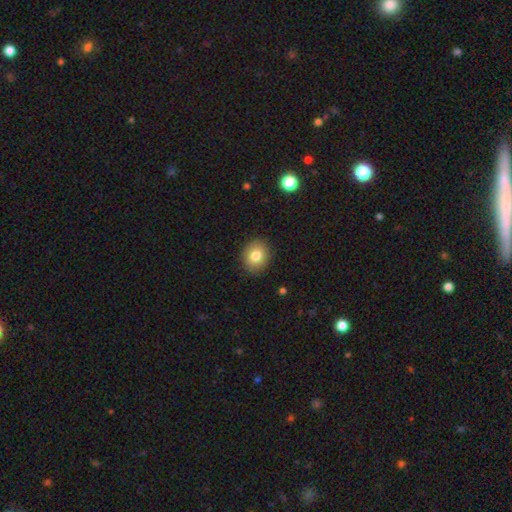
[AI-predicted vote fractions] Smooth or featured? smooth (80%)
How rounded? round (56%)
Merging? none (89%)